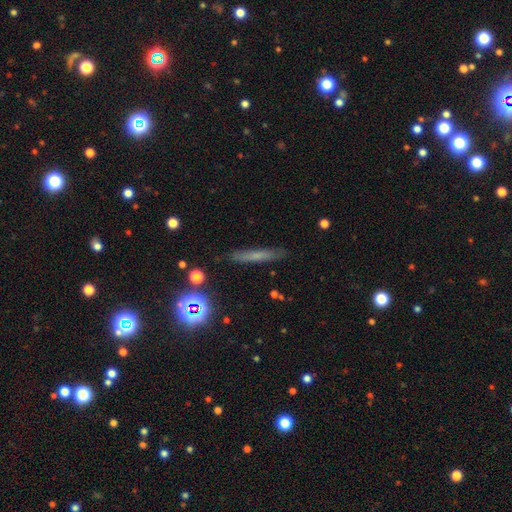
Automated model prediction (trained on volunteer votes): Smooth or featured? Predicted: smooth (p=0.55). How rounded? Predicted: cigar-shaped (p=0.90). Merging? Predicted: none (p=0.86).